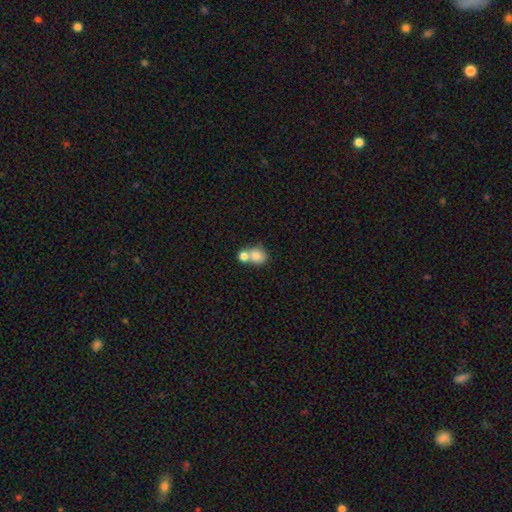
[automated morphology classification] smooth-or-featured: smooth: 79% | featured or disk: 12% | star or artifact: 9%
  how-rounded: round: 70% | in between: 29% | cigar-shaped: 1%
  merging: merger: 58% | none: 32% | minor disturbance: 7% | major disturbance: 3%